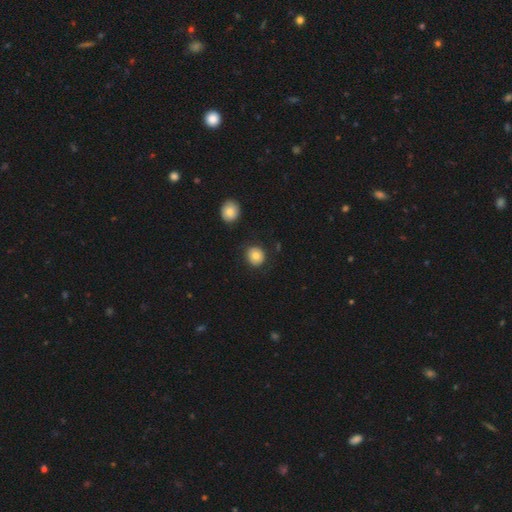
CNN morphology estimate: type=smooth (81%); roundness=round (88%); merging=none (84%).